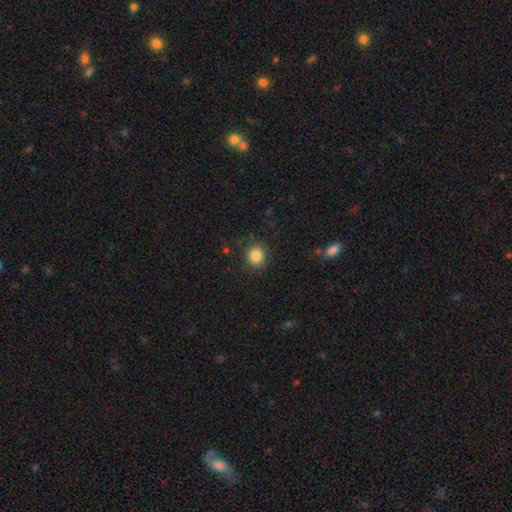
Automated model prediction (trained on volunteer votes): Smooth or featured? Predicted: smooth (p=0.85). How rounded? Predicted: round (p=0.86). Merging? Predicted: none (p=0.87).